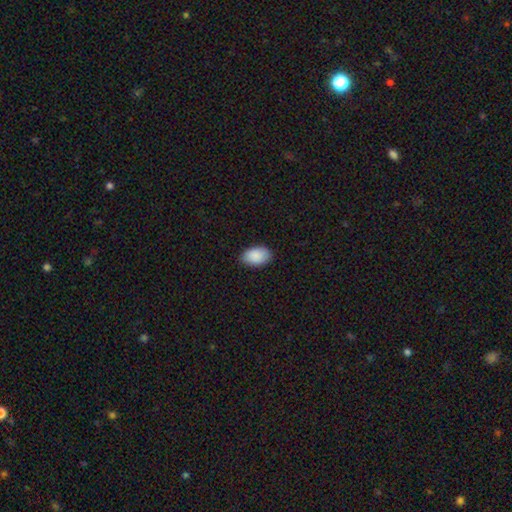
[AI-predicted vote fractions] Smooth or featured? Predicted: smooth (p=0.90). How rounded? Predicted: in between (p=0.92). Merging? Predicted: none (p=0.85).